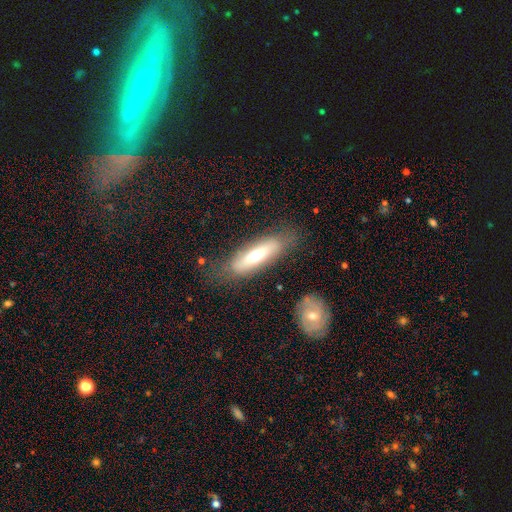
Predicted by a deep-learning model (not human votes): This is possibly a smooth galaxy (56%). How rounded: possibly cigar-shaped (59%). Merging: likely none (73%).